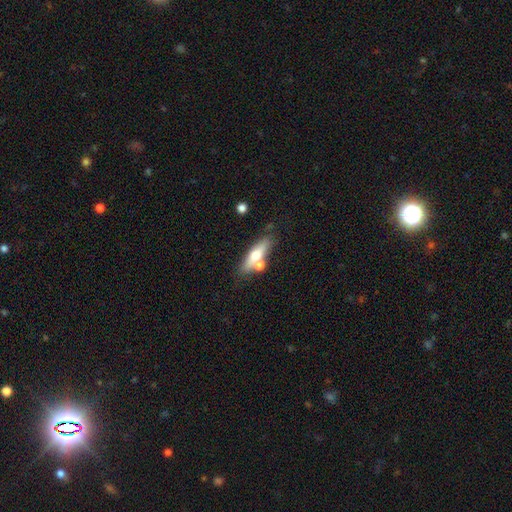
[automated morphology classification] Smooth or featured: smooth — 53% (featured or disk — 40%)
How rounded: cigar-shaped — 51% (in between — 44%)
Merging: none — 61% (merger — 21%)